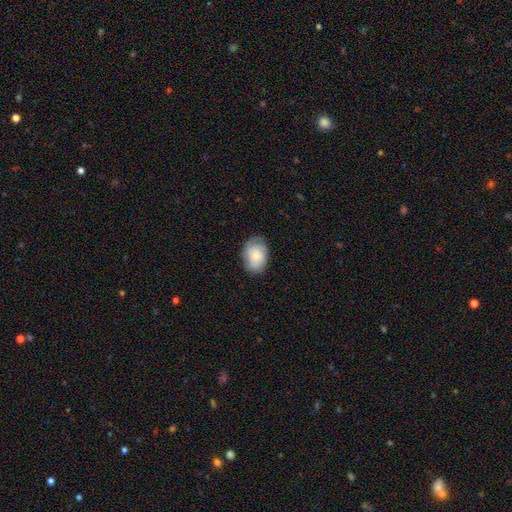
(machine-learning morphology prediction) Smooth or featured?
  - smooth: 62% *
  - featured or disk: 31%
  - star or artifact: 7%
How rounded?
  - in between: 73% *
  - round: 26%
  - cigar-shaped: 1%
Merging?
  - none: 69% *
  - minor disturbance: 23%
  - major disturbance: 7%
  - merger: 1%